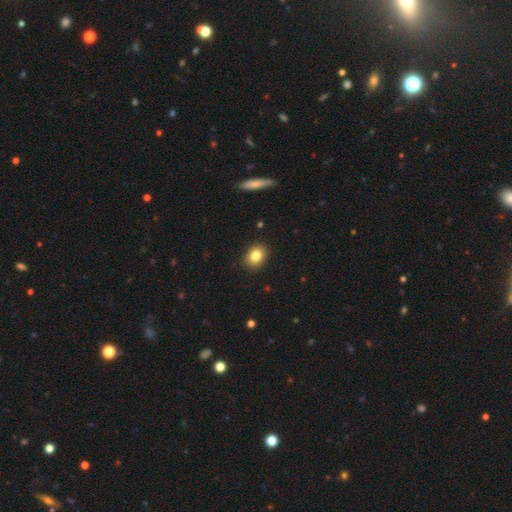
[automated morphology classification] Smooth or featured? Predicted: smooth (p=0.83). How rounded? Predicted: in between (p=0.51). Merging? Predicted: none (p=0.90).